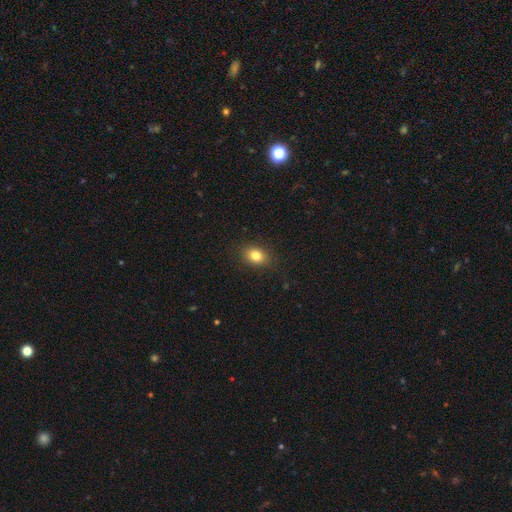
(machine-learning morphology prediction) This is clearly a smooth galaxy (82%). How rounded: likely in between (69%). Merging: clearly none (88%).